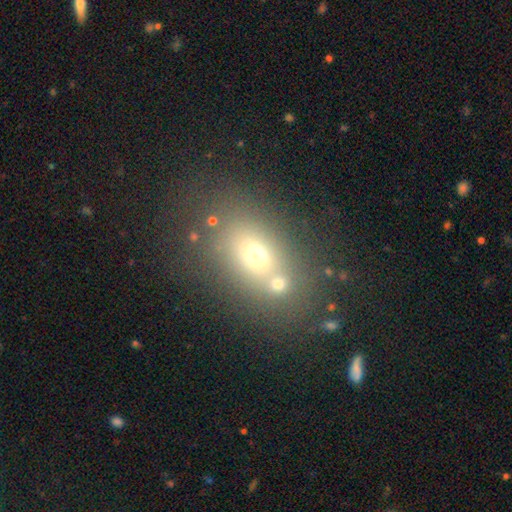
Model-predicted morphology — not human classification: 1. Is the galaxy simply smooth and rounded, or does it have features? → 61% smooth, 20% featured or disk, 19% star or artifact.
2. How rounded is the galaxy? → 64% in between, 34% round, 2% cigar-shaped.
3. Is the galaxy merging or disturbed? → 48% none, 36% merger, 10% minor disturbance, 6% major disturbance.